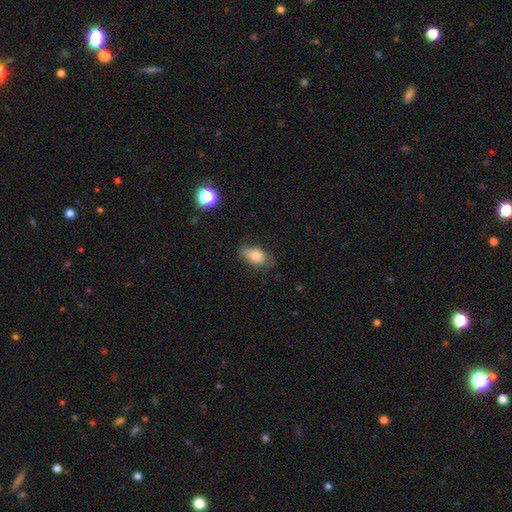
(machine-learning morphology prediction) type=smooth (73%); roundness=in between (88%); merging=none (61%).